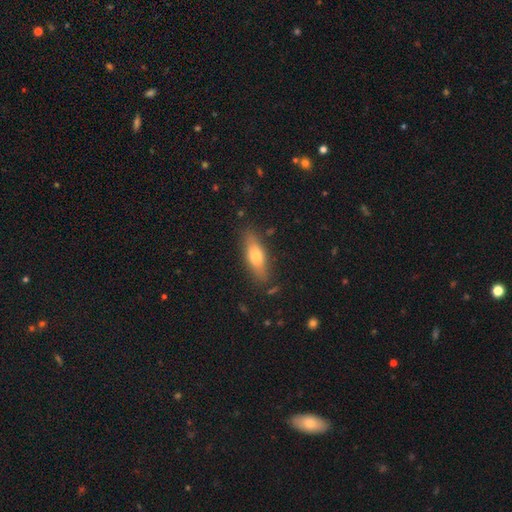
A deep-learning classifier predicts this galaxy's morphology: Overall: smooth (62%; featured or disk 31%). How rounded: in between (50%; cigar-shaped 48%). Merging: none (84%).